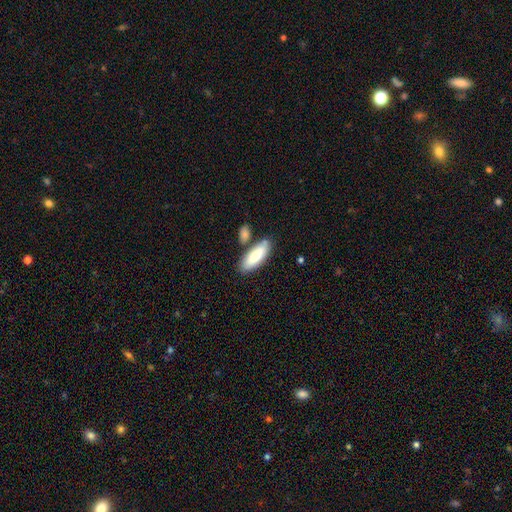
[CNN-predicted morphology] This appears to be a smooth galaxy with no disk features (82%) that is in between round and cigar-shaped (70%). Merging: none (69%).